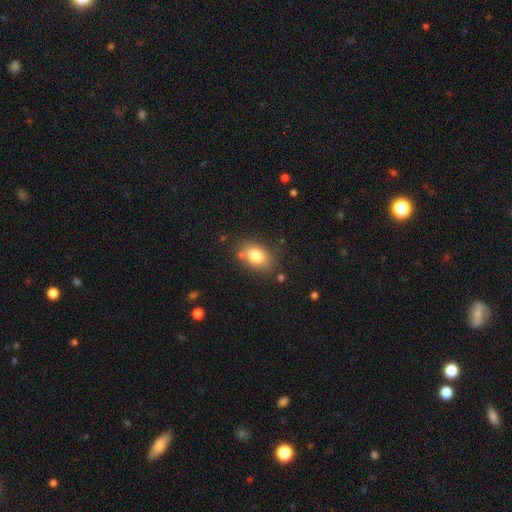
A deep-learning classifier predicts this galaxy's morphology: Smooth or featured? smooth (80%)
How rounded? in between (79%)
Merging? none (74%)